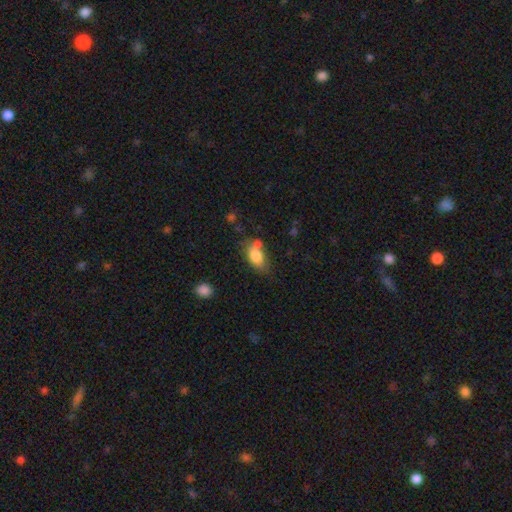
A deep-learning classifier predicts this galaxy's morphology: Q: Smooth or featured?
A: smooth (80%); runner-up: featured or disk (12%)
Q: How rounded?
A: in between (87%); runner-up: round (9%)
Q: Merging?
A: none (50%); runner-up: minor disturbance (23%)